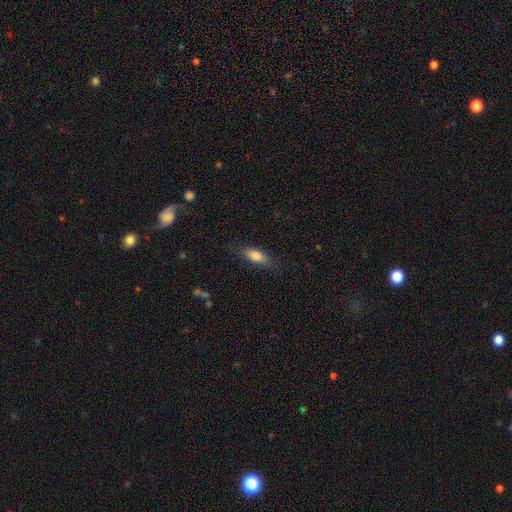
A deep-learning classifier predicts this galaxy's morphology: This appears to be a smooth galaxy with no disk features (79%) that is in between round and cigar-shaped (73%). Merging: none (80%).